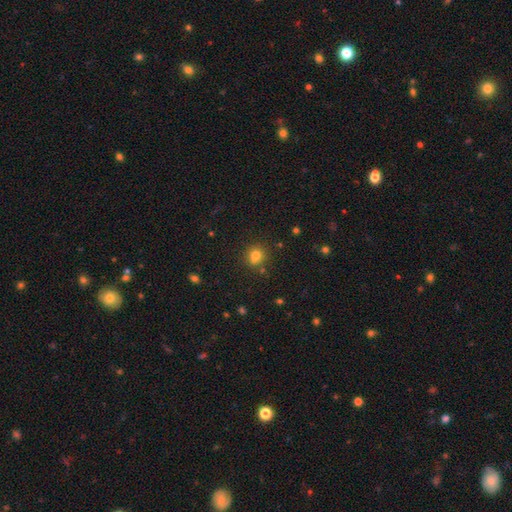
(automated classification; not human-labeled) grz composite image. It shows a smooth galaxy with no disk features (77%) that is round (82%). Merging: none (76%).